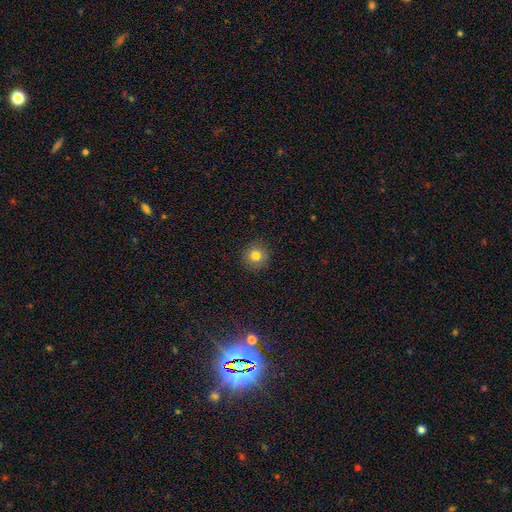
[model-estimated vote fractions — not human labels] A smooth galaxy with no disk features (81%) that is round (93%). Merging: none (90%).